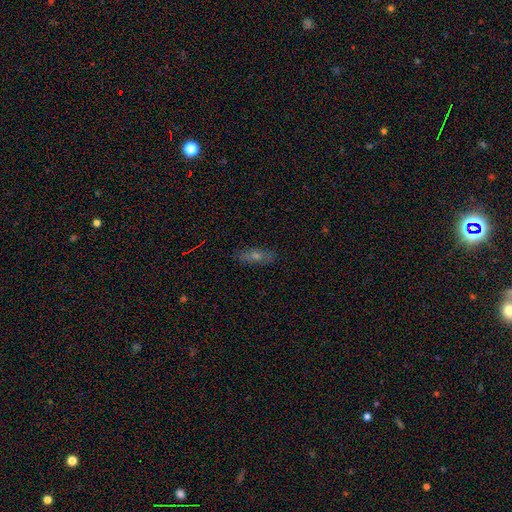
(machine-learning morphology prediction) smooth 44%, featured or disk 41%, star or artifact 16%. Down the decision tree: merging — none (85%).